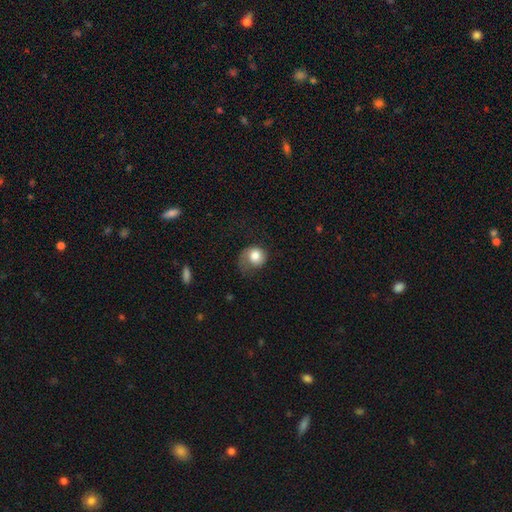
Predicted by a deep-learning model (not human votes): Overall: smooth (76%). How rounded: round (75%). Merging: major disturbance (36%; none 34%).